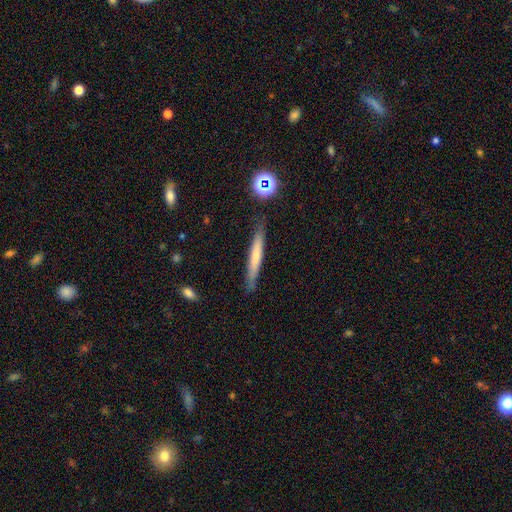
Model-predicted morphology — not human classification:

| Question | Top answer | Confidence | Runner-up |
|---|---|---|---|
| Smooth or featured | smooth | 61% | featured or disk (31%) |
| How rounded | cigar-shaped | 95% | in between (4%) |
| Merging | none | 84% | minor disturbance (12%) |